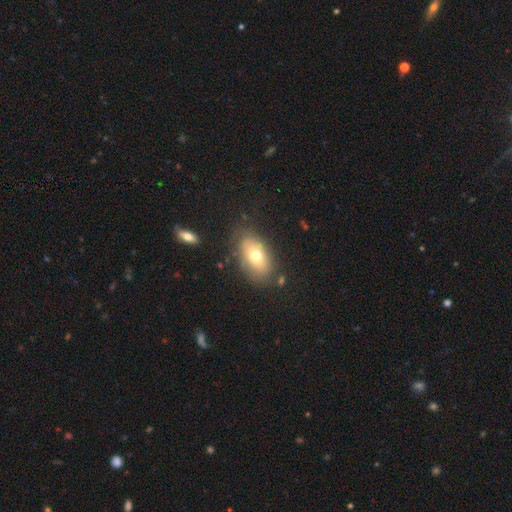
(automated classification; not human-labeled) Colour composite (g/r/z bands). It shows a smooth galaxy with no disk features (68%) that is in between round and cigar-shaped (88%). Merging: none (75%).